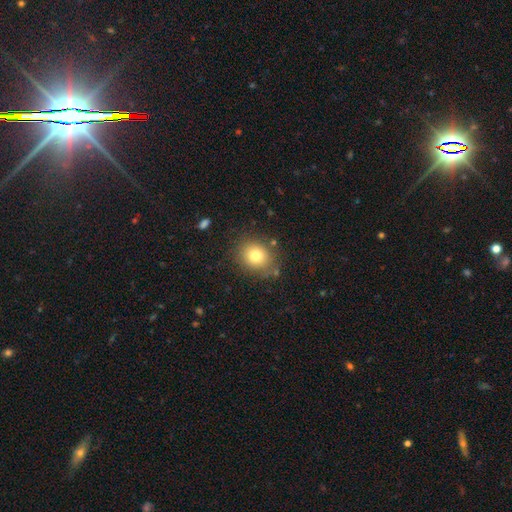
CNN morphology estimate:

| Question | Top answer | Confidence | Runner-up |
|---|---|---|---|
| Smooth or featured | smooth | 78% | star or artifact (12%) |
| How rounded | round | 72% | in between (27%) |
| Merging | none | 80% | minor disturbance (13%) |